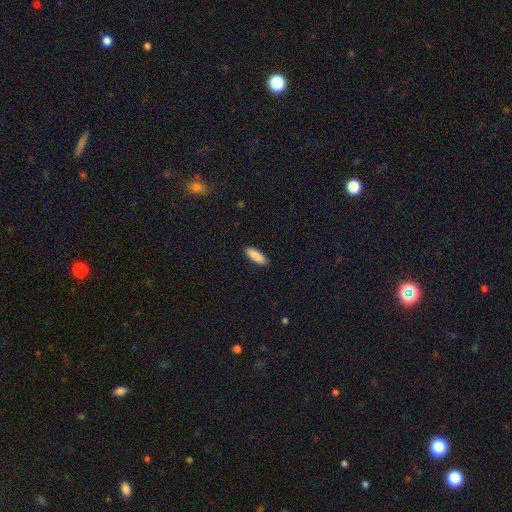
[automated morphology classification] type=smooth (89%); roundness=in between (51%); merging=none (90%).